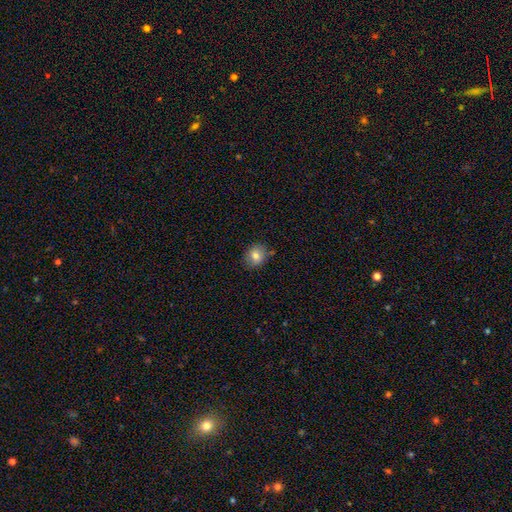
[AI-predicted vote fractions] Smooth or featured?
  - smooth: 79% *
  - featured or disk: 11%
  - star or artifact: 10%
How rounded?
  - round: 65% *
  - in between: 34%
  - cigar-shaped: 1%
Merging?
  - none: 80% *
  - minor disturbance: 14%
  - merger: 3%
  - major disturbance: 3%